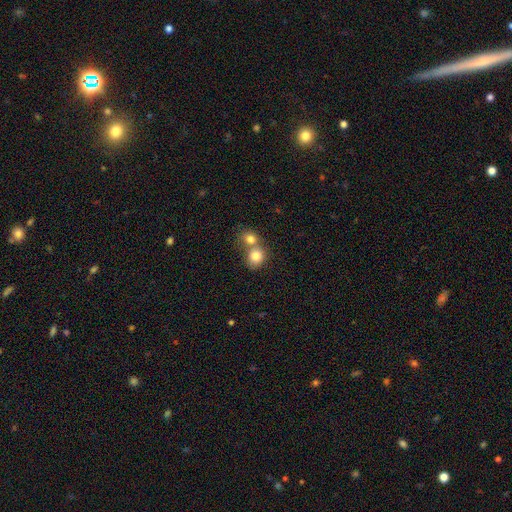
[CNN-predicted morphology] This appears to be a smooth galaxy with no disk features (81%) that is round (76%). Merging: merger (57%).